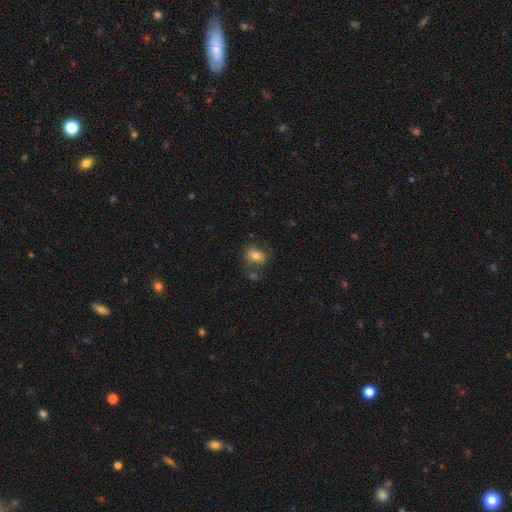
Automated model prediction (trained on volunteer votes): The model was most divided on "how rounded": in between: 57%, round: 41%, cigar-shaped: 1%. More confident: smooth or featured — smooth (73%); merging — none (57%).